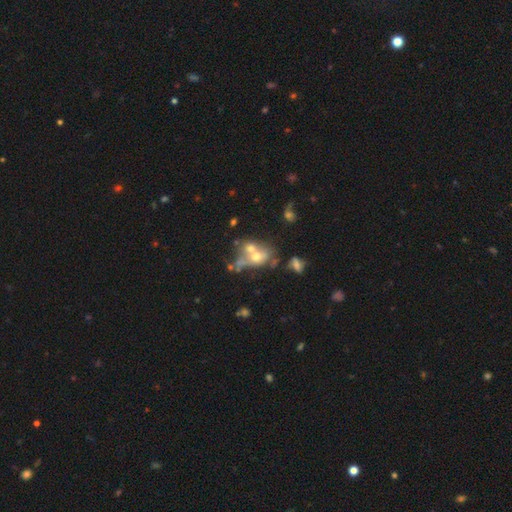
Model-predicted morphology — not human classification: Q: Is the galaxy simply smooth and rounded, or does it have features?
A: smooth — 46%.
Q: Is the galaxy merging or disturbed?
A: merger — 56%.